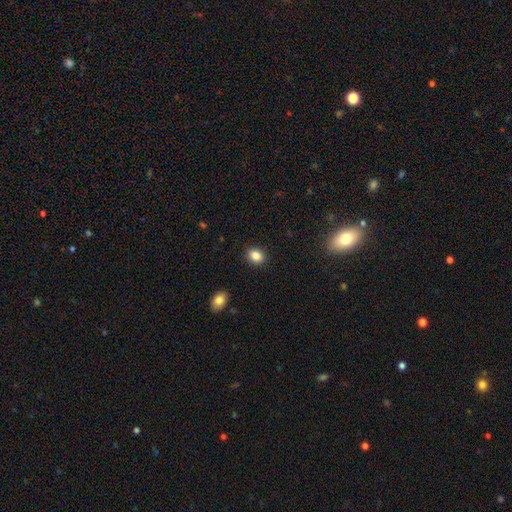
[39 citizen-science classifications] Smooth or featured?
  - smooth: 90% *
  - featured or disk: 8%
  - star or artifact: 3%
How rounded?
  - in between: 57% *
  - round: 43%
  - cigar-shaped: 0%
Merging?
  - none: 89% *
  - minor disturbance: 8%
  - major disturbance: 3%
  - merger: 0%